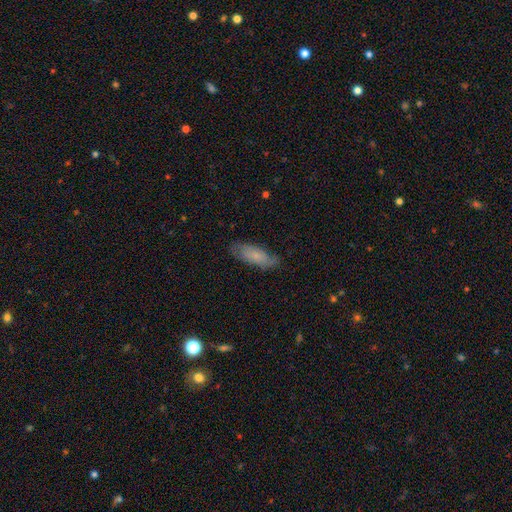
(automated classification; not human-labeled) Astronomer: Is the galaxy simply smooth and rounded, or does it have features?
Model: smooth — 65%.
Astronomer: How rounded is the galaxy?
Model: in between — 67%.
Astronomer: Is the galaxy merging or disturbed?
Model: none — 74%.